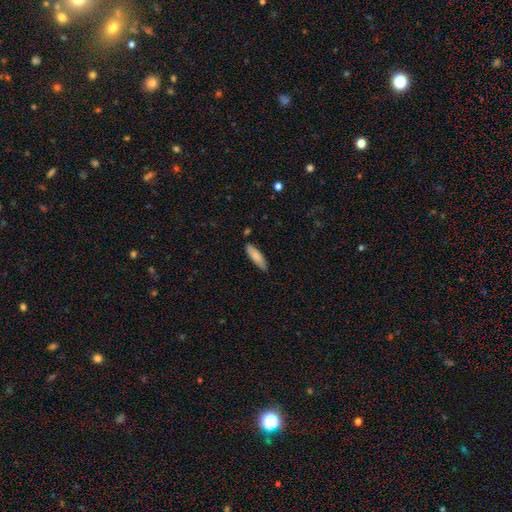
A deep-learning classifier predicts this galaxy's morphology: This is clearly a smooth galaxy (81%). How rounded: possibly cigar-shaped (58%). Merging: clearly none (81%).